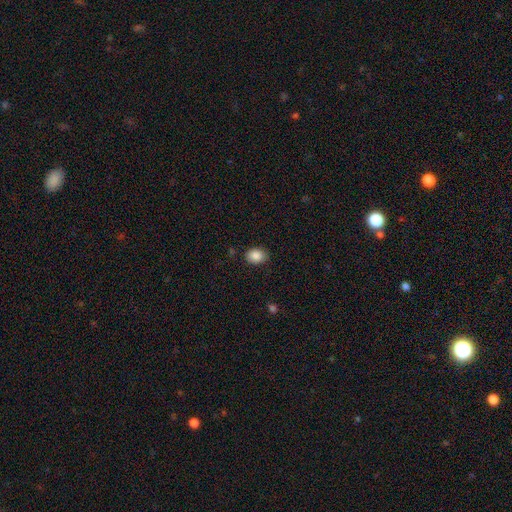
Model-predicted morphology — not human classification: This appears to be a smooth galaxy with no disk features (88%) that is in between round and cigar-shaped (66%). Merging: none (85%).